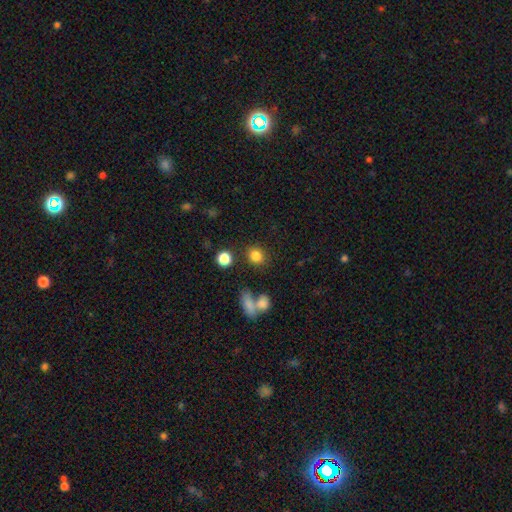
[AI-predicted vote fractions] Morphology: type=smooth (83%); roundness=round (78%); merging=none (81%).